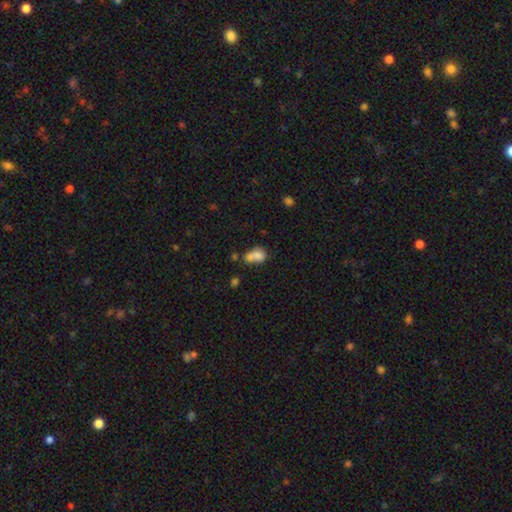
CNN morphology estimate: Smooth or featured: smooth — 74% (featured or disk — 15%)
How rounded: in between — 63% (round — 36%)
Merging: merger — 51% (none — 25%)